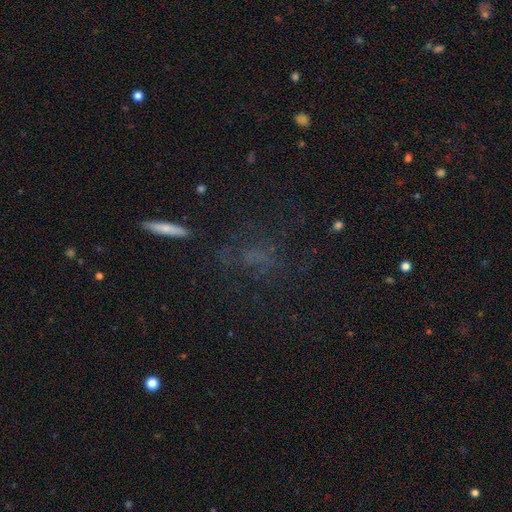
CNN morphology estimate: smooth 39%, star or artifact 31%, featured or disk 30%. Down the decision tree: merging — none (63%).